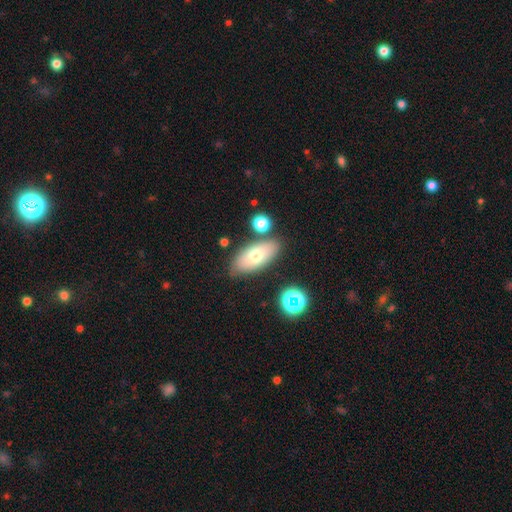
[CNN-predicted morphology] Smooth or featured: smooth — 69% (featured or disk — 23%)
How rounded: in between — 85% (cigar-shaped — 11%)
Merging: none — 78% (minor disturbance — 12%)